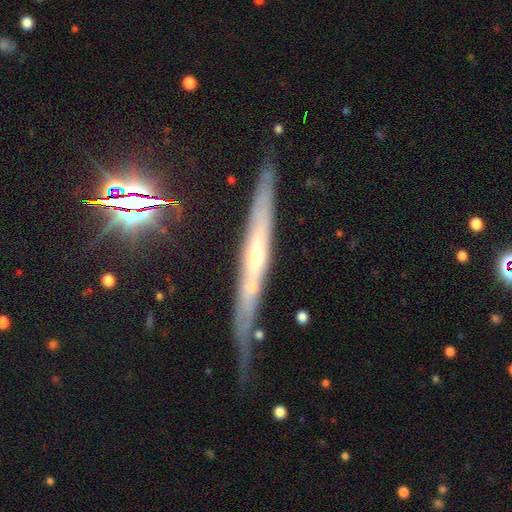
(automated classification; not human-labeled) Morphology: type=featured or disk (72%); edge-on=yes (86%); edge-on bulge=rounded (54%); merging=none (67%).